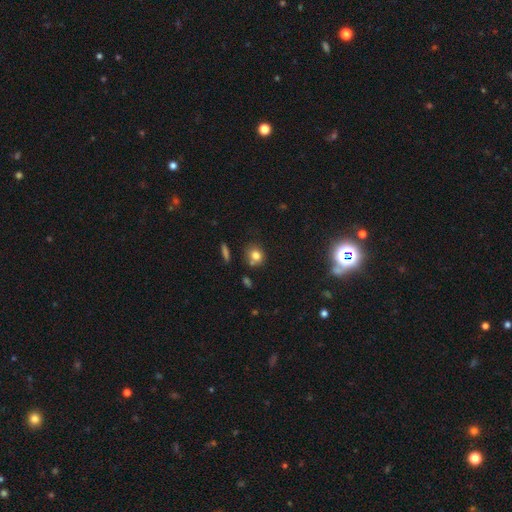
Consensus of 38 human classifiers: This appears to be a smooth galaxy with no disk features (89%) that is round (50%). Merging: none (70%).